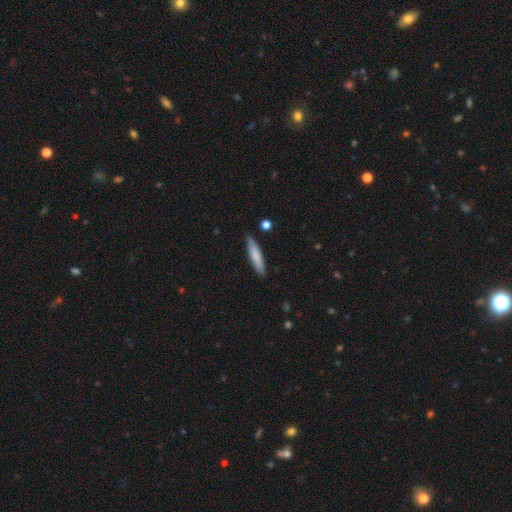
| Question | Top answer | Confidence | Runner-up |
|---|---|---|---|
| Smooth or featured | smooth | 77% | featured or disk (15%) |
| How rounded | cigar-shaped | 90% | in between (7%) |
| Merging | none | 81% | minor disturbance (14%) |